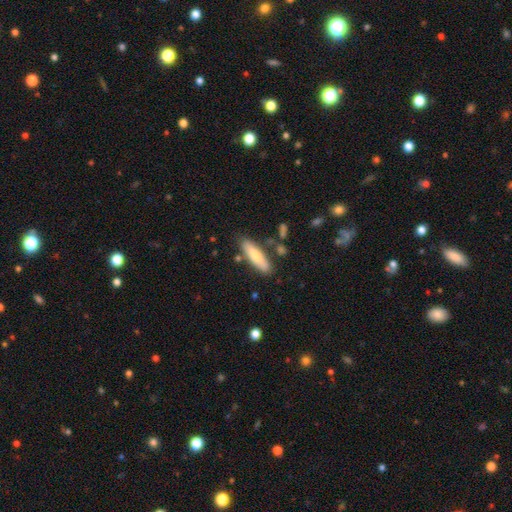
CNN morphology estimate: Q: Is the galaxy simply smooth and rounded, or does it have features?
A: smooth — 73%.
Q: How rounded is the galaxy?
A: cigar-shaped — 60%.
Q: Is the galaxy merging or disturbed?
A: none — 79%.